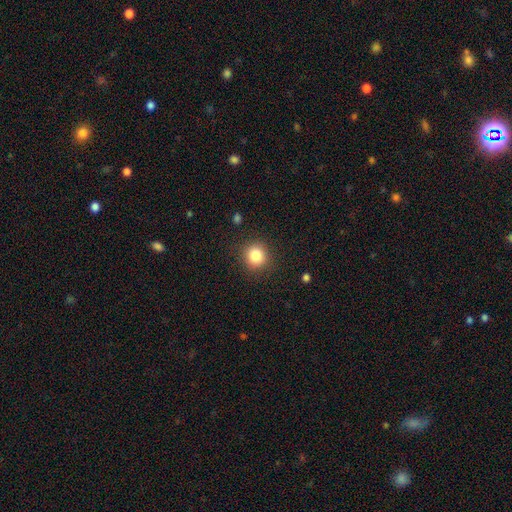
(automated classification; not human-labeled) A smooth galaxy with no disk features (84%) that is round (90%). Merging: none (89%).